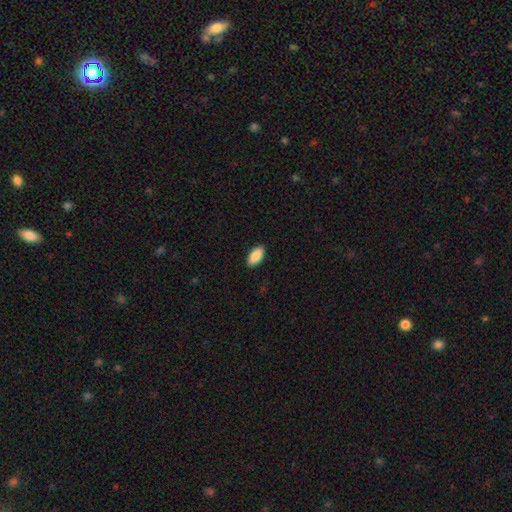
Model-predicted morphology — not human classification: type=smooth (90%); roundness=in between (93%); merging=none (90%).